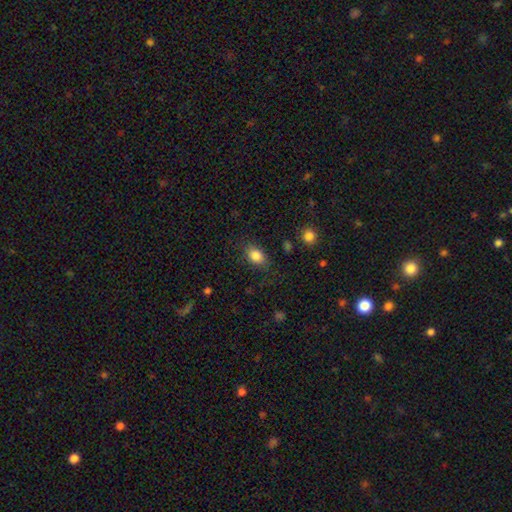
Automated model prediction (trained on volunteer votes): Smooth or featured? Predicted: smooth (p=0.85). How rounded? Predicted: in between (p=0.77). Merging? Predicted: none (p=0.79).